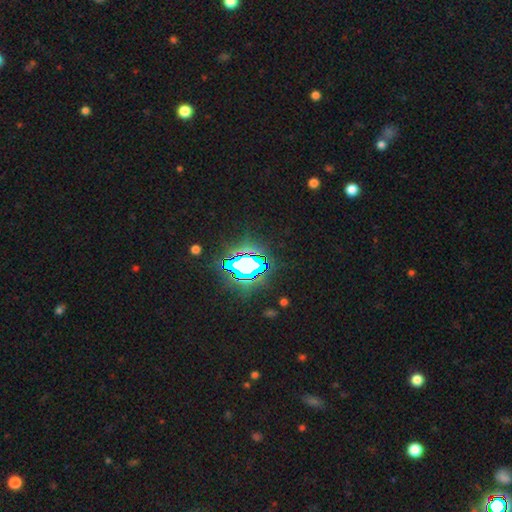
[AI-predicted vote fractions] Morphology: type=star or artifact (81%).